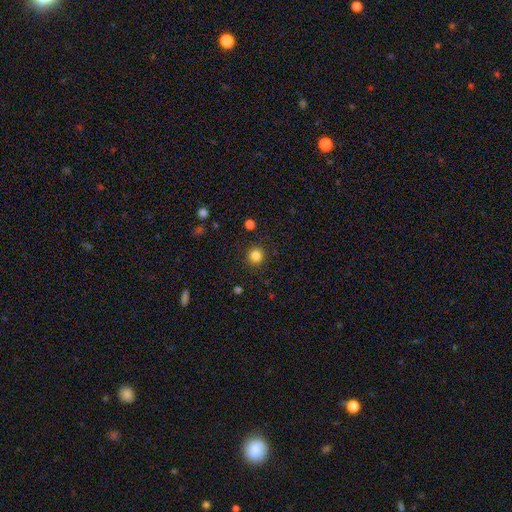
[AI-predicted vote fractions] Smooth or featured? Predicted: smooth (p=0.84). How rounded? Predicted: round (p=0.93). Merging? Predicted: none (p=0.90).